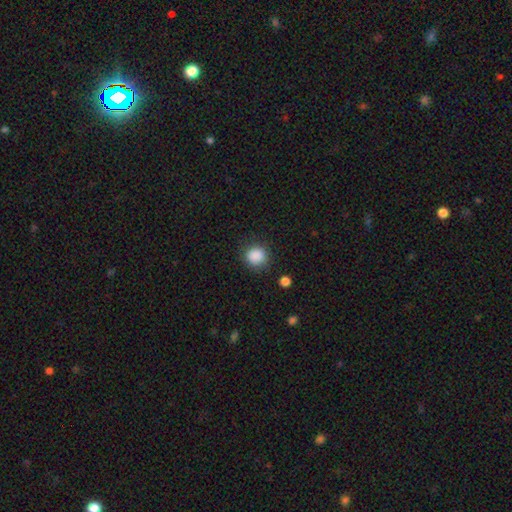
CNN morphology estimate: smooth-or-featured: smooth: 87% | star or artifact: 10% | featured or disk: 3%
  how-rounded: round: 86% | in between: 13% | cigar-shaped: 1%
  merging: none: 84% | minor disturbance: 10% | major disturbance: 4% | merger: 2%